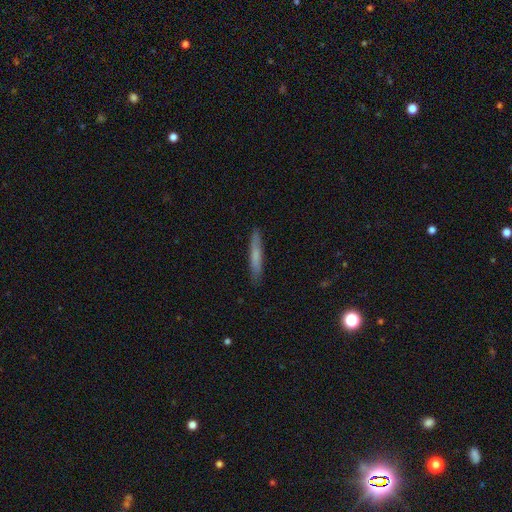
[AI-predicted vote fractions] Overall: smooth (65%; featured or disk 29%). How rounded: cigar-shaped (94%). Merging: none (88%).